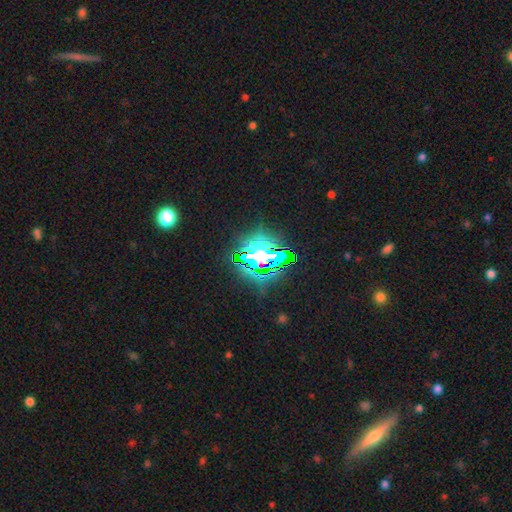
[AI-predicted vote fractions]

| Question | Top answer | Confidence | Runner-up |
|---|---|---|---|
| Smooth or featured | star or artifact | 75% | smooth (16%) |